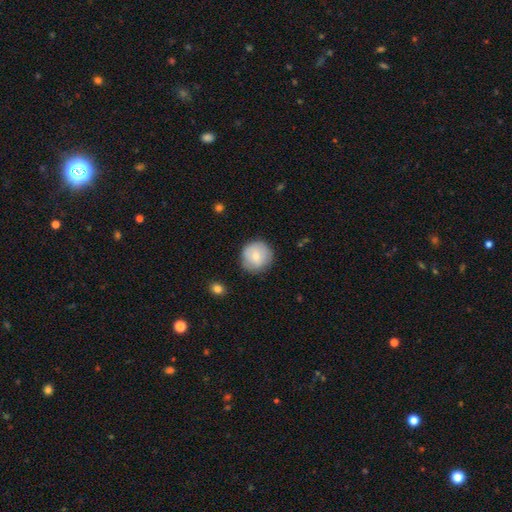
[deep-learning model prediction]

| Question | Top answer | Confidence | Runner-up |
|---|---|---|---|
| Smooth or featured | smooth | 71% | featured or disk (21%) |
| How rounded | round | 93% | in between (6%) |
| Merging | none | 82% | minor disturbance (13%) |